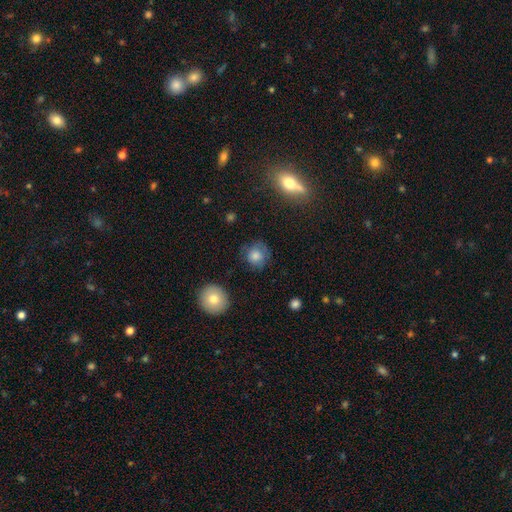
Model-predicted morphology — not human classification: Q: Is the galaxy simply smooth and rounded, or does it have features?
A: smooth — 73%.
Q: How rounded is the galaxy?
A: round — 84%.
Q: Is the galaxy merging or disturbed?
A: none — 70%.